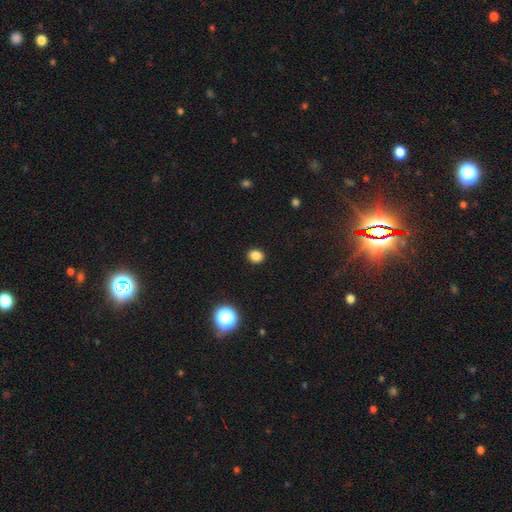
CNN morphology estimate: smooth_or_featured: smooth (p=0.84) [alt: star or artifact p=0.12]
how_rounded: round (p=0.72) [alt: in between p=0.27]
merging: none (p=0.91) [alt: minor disturbance p=0.06]